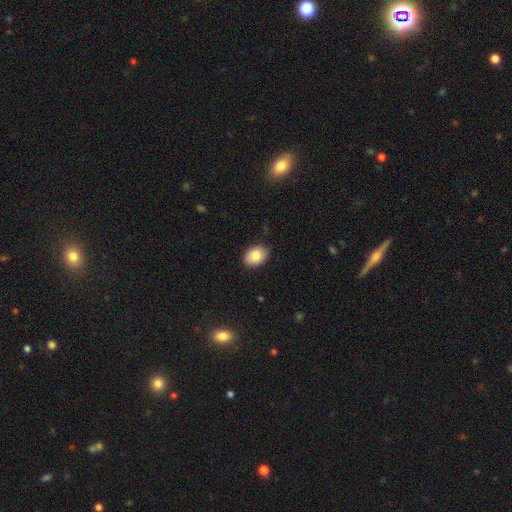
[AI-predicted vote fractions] Smooth or featured? Predicted: smooth (p=0.84). How rounded? Predicted: in between (p=0.75). Merging? Predicted: none (p=0.86).